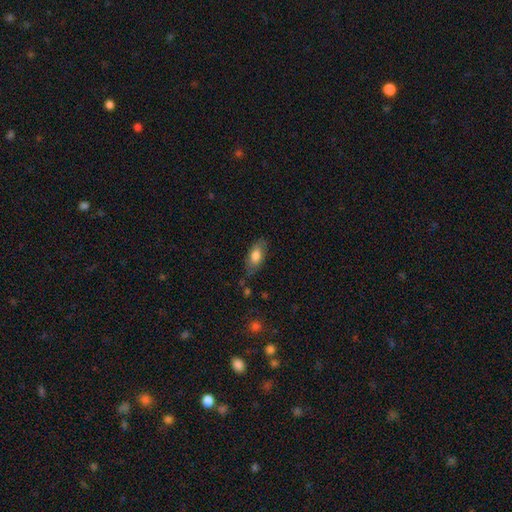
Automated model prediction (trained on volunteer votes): Overall: smooth (75%). How rounded: in between (87%). Merging: none (71%).